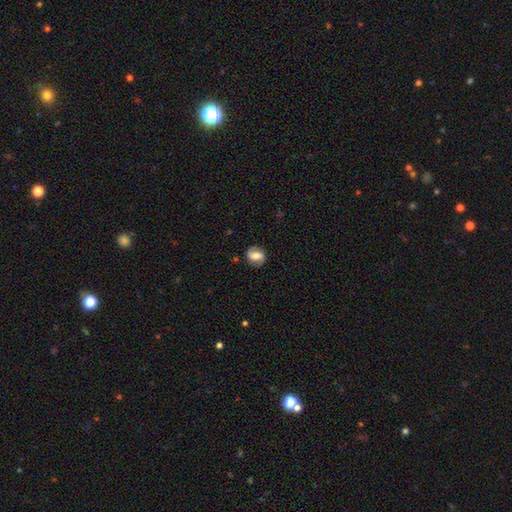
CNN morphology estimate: smooth_or_featured: featured or disk (p=0.51) [alt: smooth p=0.41]
disk_edge_on: no (p=0.96) [alt: yes p=0.04]
merging: none (p=0.81) [alt: minor disturbance p=0.13]